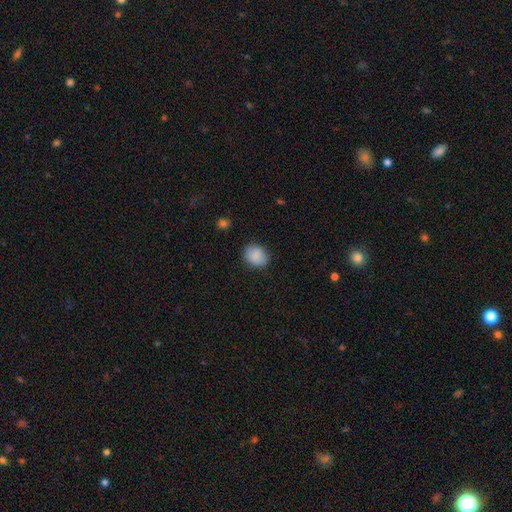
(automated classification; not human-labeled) smooth 88%, star or artifact 8%, featured or disk 5%. Down the decision tree: how rounded — round (50%); merging — none (83%).